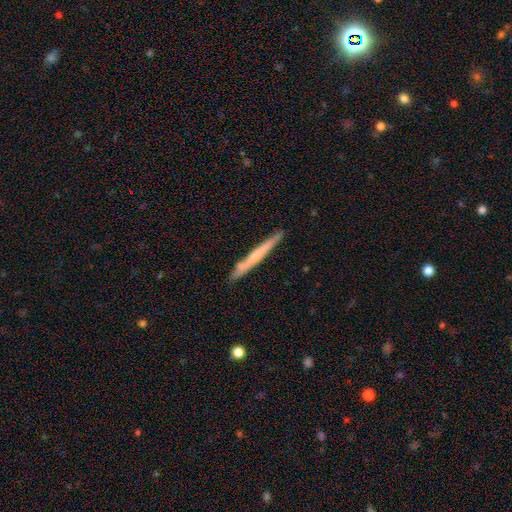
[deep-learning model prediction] The model was most divided on "smooth or featured": smooth: 53%, featured or disk: 42%, star or artifact: 5%. More confident: how rounded — cigar-shaped (97%); merging — none (88%).